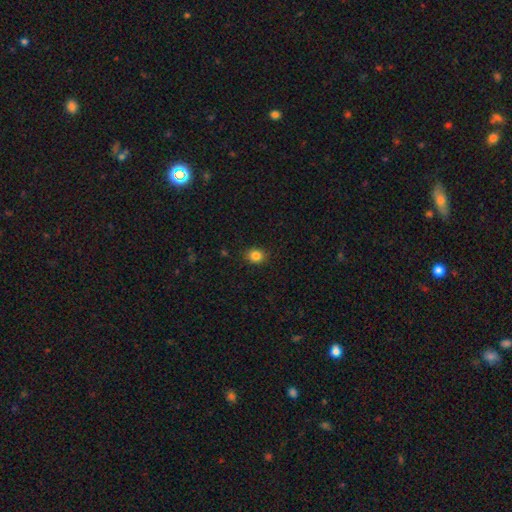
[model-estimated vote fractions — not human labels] The model was most divided on "how rounded": round: 74%, in between: 26%, cigar-shaped: 1%. More confident: merging — none (88%); smooth or featured — smooth (84%).